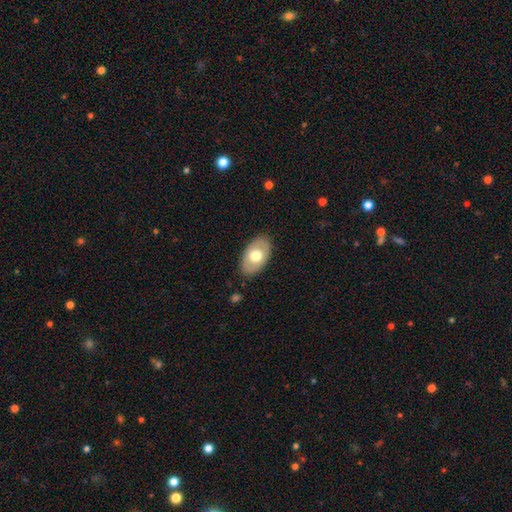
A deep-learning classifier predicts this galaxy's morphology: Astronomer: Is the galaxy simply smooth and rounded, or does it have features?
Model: smooth — 61%.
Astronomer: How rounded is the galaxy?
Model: in between — 92%.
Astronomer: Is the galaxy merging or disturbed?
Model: none — 85%.